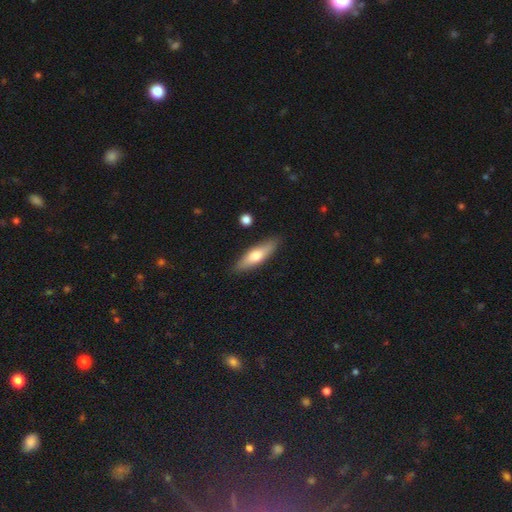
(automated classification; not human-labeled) The model was most divided on "how rounded": cigar-shaped: 61%, in between: 37%, round: 2%. More confident: merging — none (87%); smooth or featured — smooth (60%).